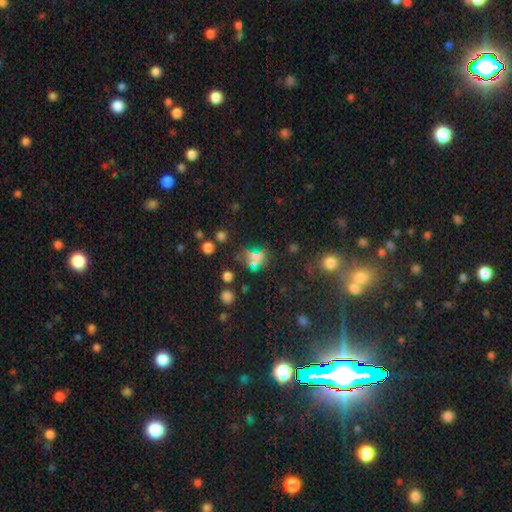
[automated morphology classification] smooth-or-featured: smooth: 49% | star or artifact: 40% | featured or disk: 11%
  merging: none: 68% | minor disturbance: 13% | merger: 11% | major disturbance: 8%